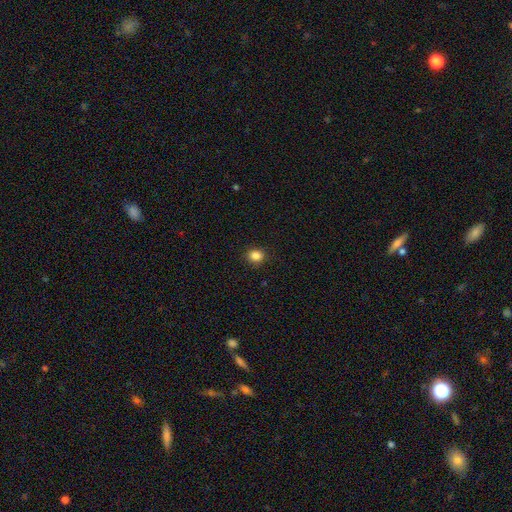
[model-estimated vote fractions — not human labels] This is clearly a smooth galaxy (85%). How rounded: likely round (76%). Merging: clearly none (90%).